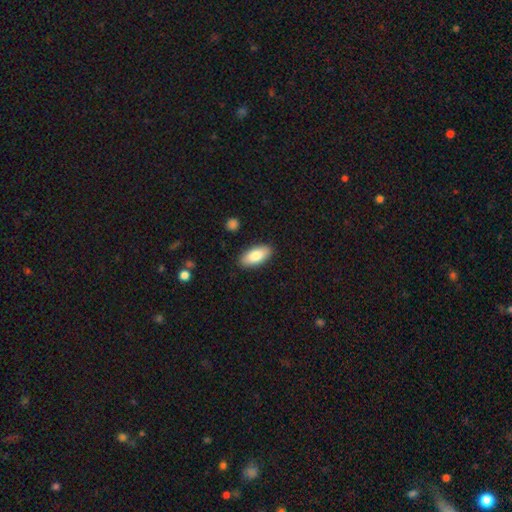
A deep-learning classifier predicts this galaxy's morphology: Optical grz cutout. It shows a smooth galaxy with no disk features (82%) that is in between round and cigar-shaped (89%). Merging: none (89%).